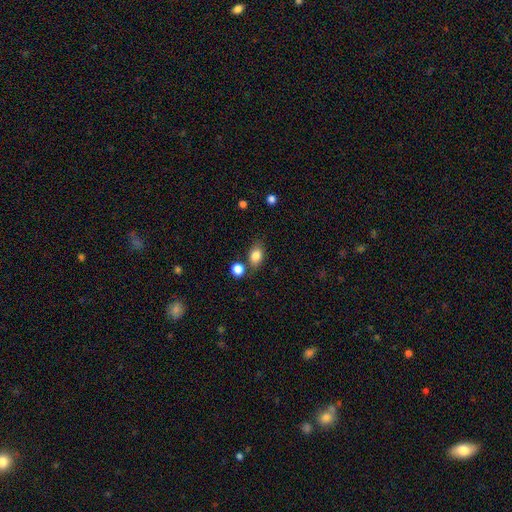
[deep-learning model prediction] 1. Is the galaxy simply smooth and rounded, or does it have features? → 84% smooth, 9% star or artifact, 7% featured or disk.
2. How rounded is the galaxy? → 75% in between, 23% round, 2% cigar-shaped.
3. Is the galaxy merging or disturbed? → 70% none, 14% minor disturbance, 12% merger, 4% major disturbance.